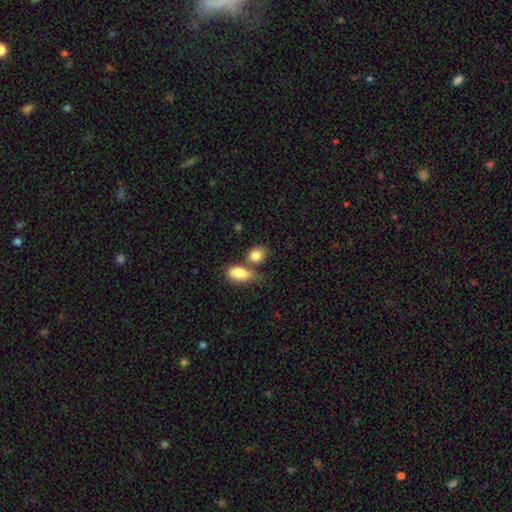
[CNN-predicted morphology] The model was most divided on "how rounded": in between: 50%, round: 47%, cigar-shaped: 3%. Remaining: smooth or featured — smooth (86%); merging — none (43%).